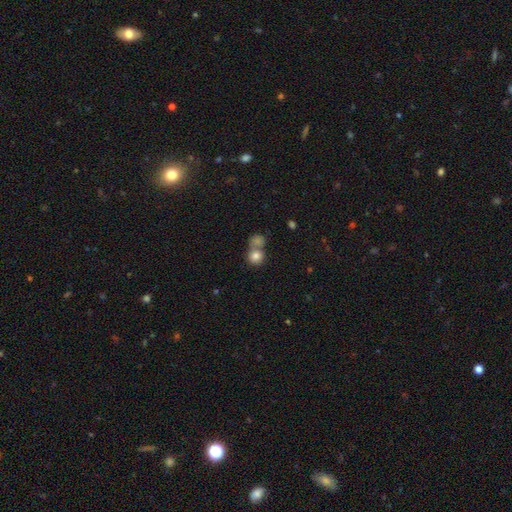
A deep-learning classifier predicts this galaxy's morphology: A smooth galaxy with no disk features (81%) that is round (83%). Merging: merger (49%).